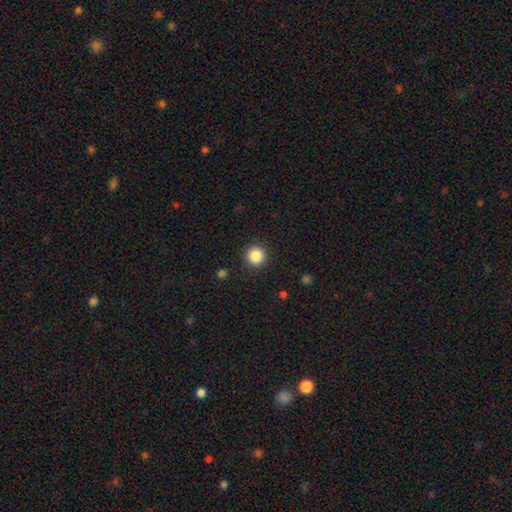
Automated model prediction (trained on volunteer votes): This appears to be a smooth galaxy with no disk features (86%) that is round (95%). Merging: none (91%).